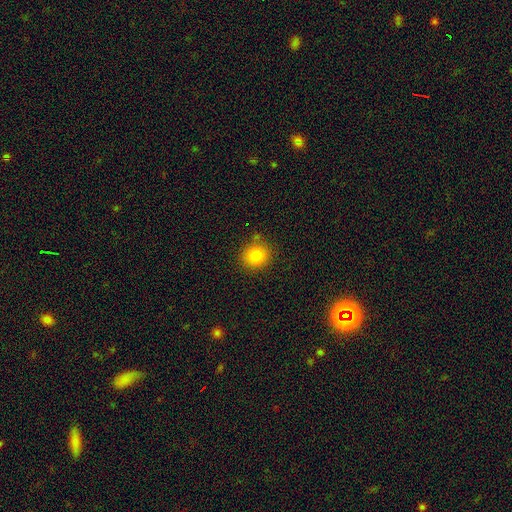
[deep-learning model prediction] The model was most divided on "how rounded": round: 83%, in between: 16%, cigar-shaped: 1%. More confident: smooth or featured — smooth (82%); merging — none (82%).